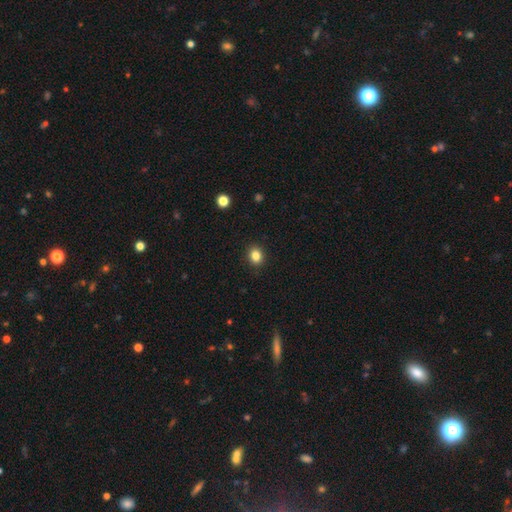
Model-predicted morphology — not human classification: Overall: smooth (85%). How rounded: round (56%; in between 43%). Merging: none (91%).